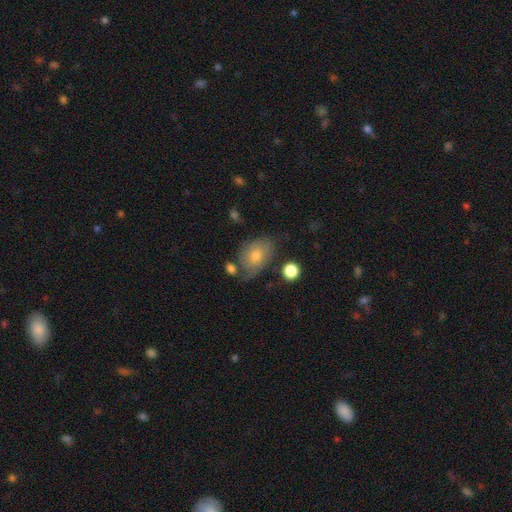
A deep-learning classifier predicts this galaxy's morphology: Smooth or featured? Predicted: smooth (p=0.58). How rounded? Predicted: in between (p=0.77). Merging? Predicted: none (p=0.54).